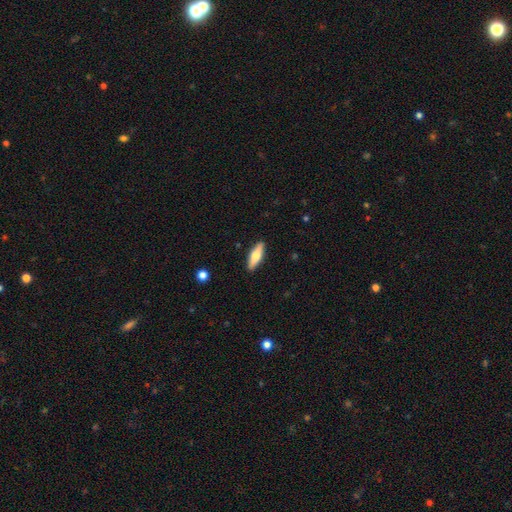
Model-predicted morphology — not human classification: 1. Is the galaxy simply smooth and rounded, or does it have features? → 52% smooth, 42% featured or disk, 6% star or artifact.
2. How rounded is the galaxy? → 53% cigar-shaped, 44% in between, 3% round.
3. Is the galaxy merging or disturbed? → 90% none, 7% minor disturbance, 2% major disturbance, 1% merger.